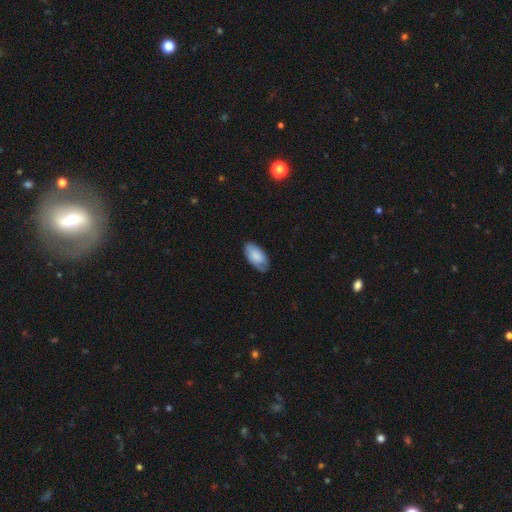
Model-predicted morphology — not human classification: The model was most divided on "merging": none: 72%, minor disturbance: 23%, major disturbance: 4%, merger: 1%. More confident: how rounded — in between (95%); smooth or featured — smooth (81%).